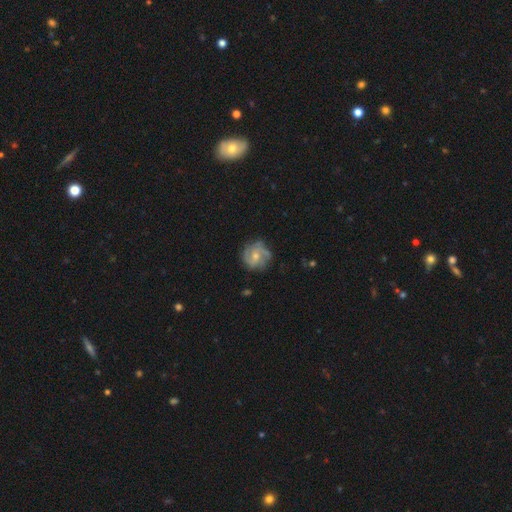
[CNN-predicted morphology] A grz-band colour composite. It shows a featured or disk galaxy (76%) with no bar (64%), 3 (37%) tight (45%) spiral arms (93%) and a moderate central bulge (56%). Merging: none (73%).